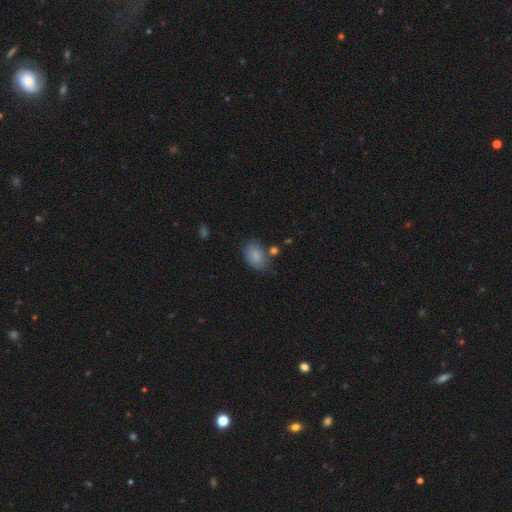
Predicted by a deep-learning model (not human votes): Smooth or featured: smooth — 83% (featured or disk — 9%)
How rounded: in between — 88% (round — 11%)
Merging: none — 65% (minor disturbance — 20%)